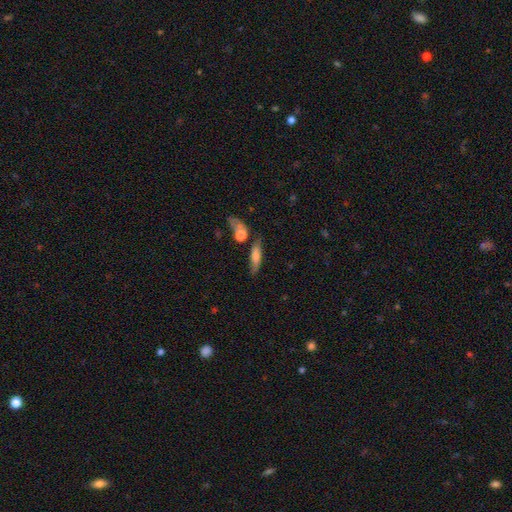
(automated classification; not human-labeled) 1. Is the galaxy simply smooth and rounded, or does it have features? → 57% smooth, 35% featured or disk, 8% star or artifact.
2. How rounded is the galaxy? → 60% cigar-shaped, 35% in between, 5% round.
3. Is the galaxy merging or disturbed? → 62% none, 19% minor disturbance, 12% merger, 7% major disturbance.